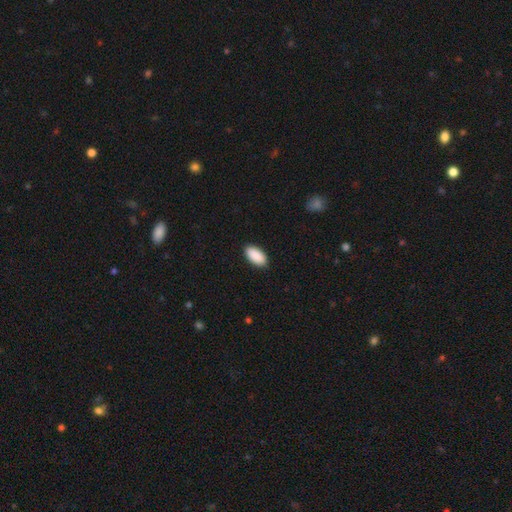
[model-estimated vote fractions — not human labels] A smooth galaxy with no disk features (92%) that is in between round and cigar-shaped (95%). Merging: none (90%).